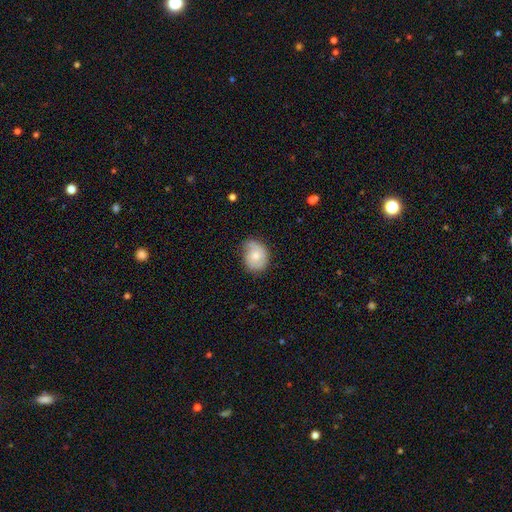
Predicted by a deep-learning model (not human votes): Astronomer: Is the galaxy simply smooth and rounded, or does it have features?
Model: smooth — 48% (runner-up: featured or disk, 45%).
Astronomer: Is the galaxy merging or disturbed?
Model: none — 57% (runner-up: minor disturbance, 32%).